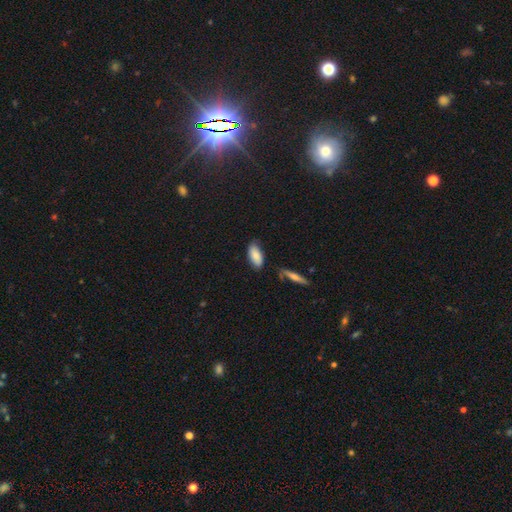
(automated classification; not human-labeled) Smooth or featured? smooth (81%)
How rounded? in between (87%)
Merging? none (74%)